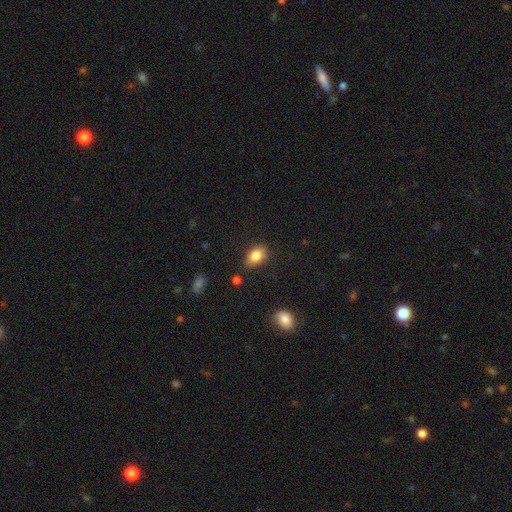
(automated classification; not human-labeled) Morphology: type=smooth (84%); roundness=in between (86%); merging=none (80%).